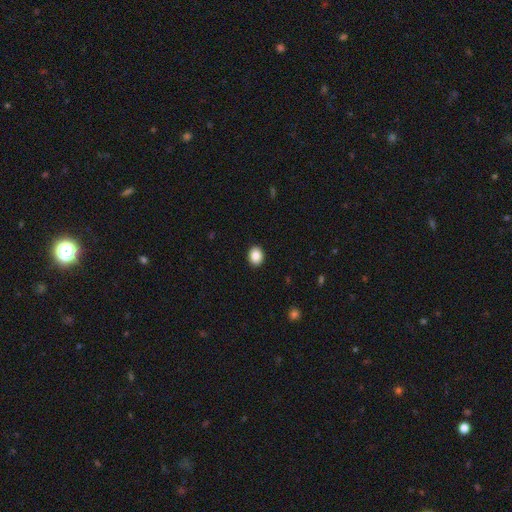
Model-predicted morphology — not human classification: This appears to be a smooth galaxy with no disk features (88%) that is in between round and cigar-shaped (54%). Merging: none (92%).